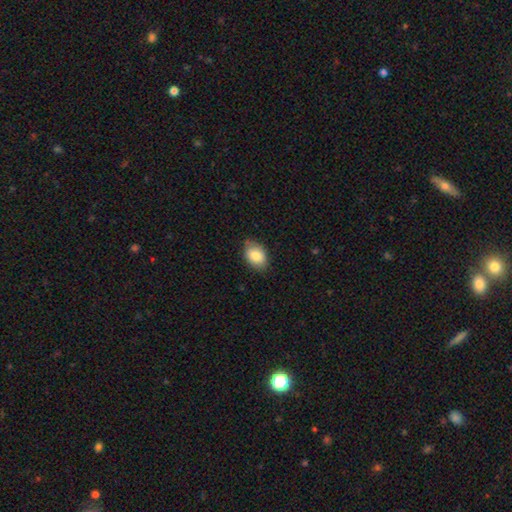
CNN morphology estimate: Smooth or featured? smooth (81%)
How rounded? in between (83%)
Merging? none (76%)